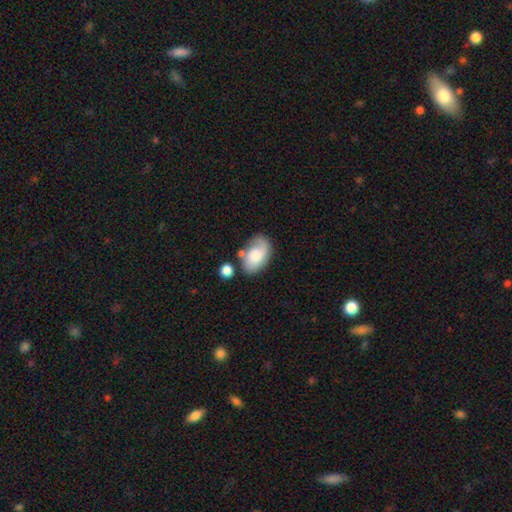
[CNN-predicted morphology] smooth 60%, featured or disk 32%, star or artifact 8%. Down the decision tree: how rounded — in between (90%); merging — none (55%).